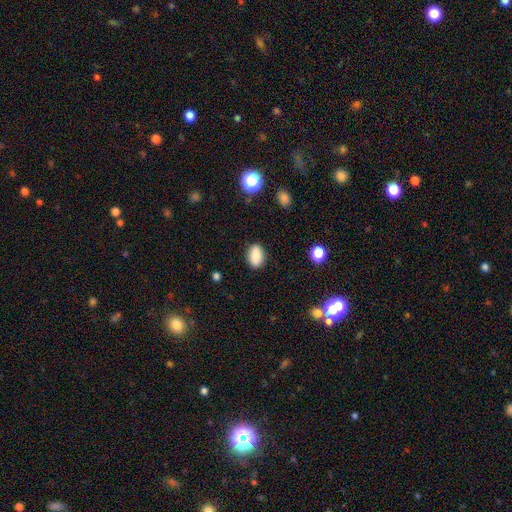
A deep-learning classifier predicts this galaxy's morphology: A smooth galaxy with no disk features (86%) that is in between round and cigar-shaped (87%).

Vote fractions:
- Smooth or featured? smooth: 86% / star or artifact: 8% / featured or disk: 6%
- How rounded? in between: 87% / round: 10% / cigar-shaped: 3%
- Merging? none: 86% / minor disturbance: 10% / major disturbance: 3% / merger: 1%